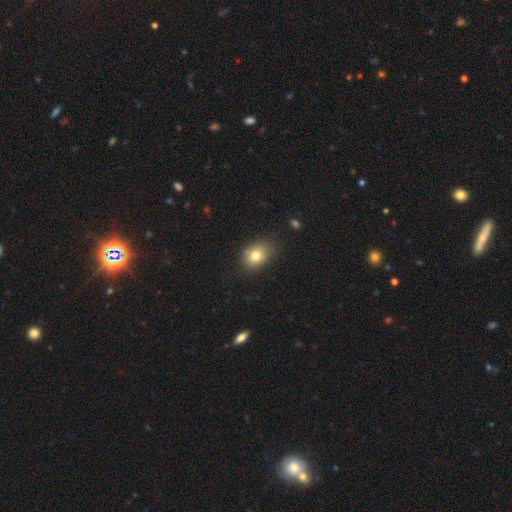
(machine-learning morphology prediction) smooth_or_featured: smooth (p=0.77) [alt: featured or disk p=0.11]
how_rounded: in between (p=0.55) [alt: round p=0.43]
merging: none (p=0.72) [alt: minor disturbance p=0.21]